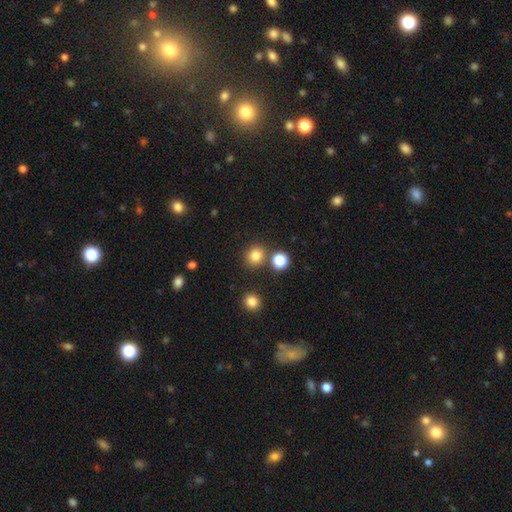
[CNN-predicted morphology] Smooth or featured?
  - smooth: 81% *
  - star or artifact: 14%
  - featured or disk: 5%
How rounded?
  - round: 82% *
  - in between: 17%
  - cigar-shaped: 1%
Merging?
  - none: 81% *
  - merger: 9%
  - minor disturbance: 8%
  - major disturbance: 3%